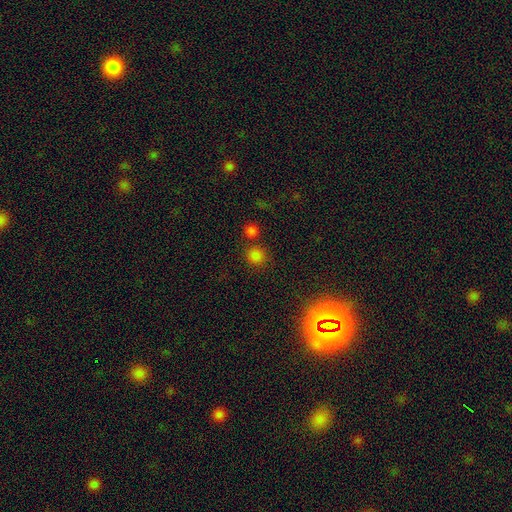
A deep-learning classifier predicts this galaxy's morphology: Smooth or featured: smooth — 77% (star or artifact — 18%)
How rounded: round — 91% (in between — 8%)
Merging: none — 74% (merger — 15%)